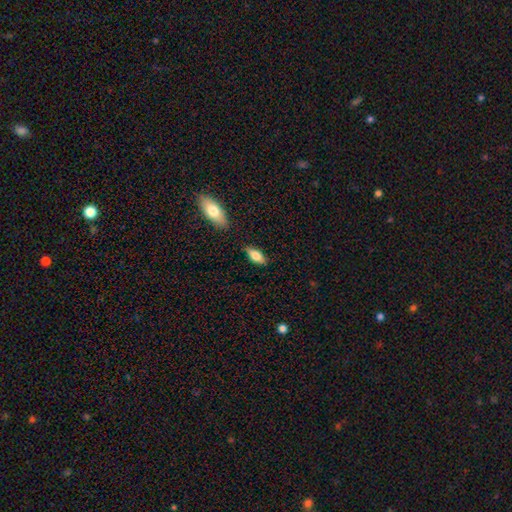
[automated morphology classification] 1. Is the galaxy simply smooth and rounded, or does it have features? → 74% smooth, 19% featured or disk, 7% star or artifact.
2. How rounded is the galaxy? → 81% in between, 16% cigar-shaped, 3% round.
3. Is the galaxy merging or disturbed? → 81% none, 13% minor disturbance, 3% merger, 3% major disturbance.